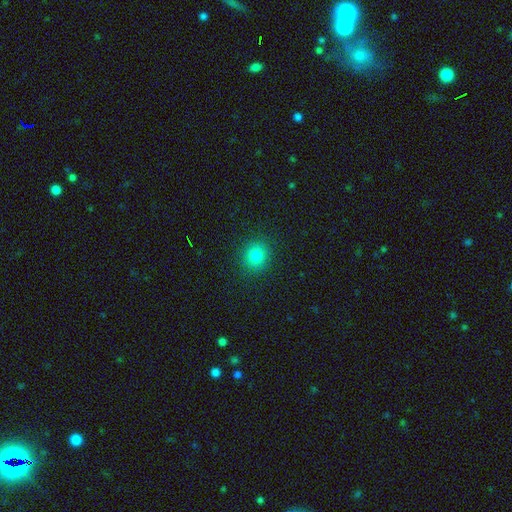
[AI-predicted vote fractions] A smooth galaxy with no disk features (81%) that is round (85%).

Vote fractions:
- Smooth or featured? smooth: 81% / star or artifact: 13% / featured or disk: 6%
- How rounded? round: 85% / in between: 14% / cigar-shaped: 1%
- Merging? none: 90% / minor disturbance: 6% / major disturbance: 2% / merger: 1%